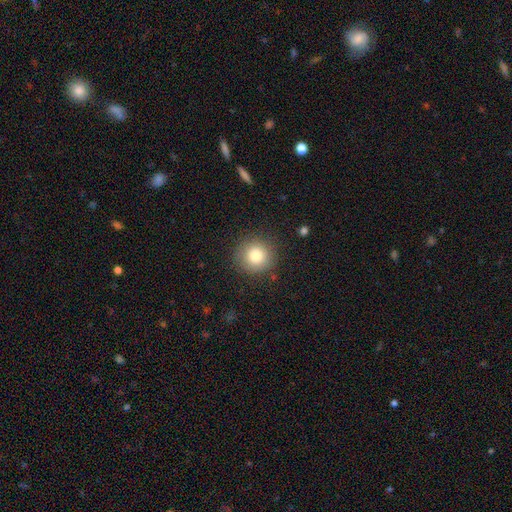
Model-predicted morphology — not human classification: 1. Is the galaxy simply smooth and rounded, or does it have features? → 82% smooth, 10% star or artifact, 8% featured or disk.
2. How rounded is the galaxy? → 94% round, 5% in between, 1% cigar-shaped.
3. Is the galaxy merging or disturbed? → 87% none, 9% minor disturbance, 3% major disturbance, 1% merger.